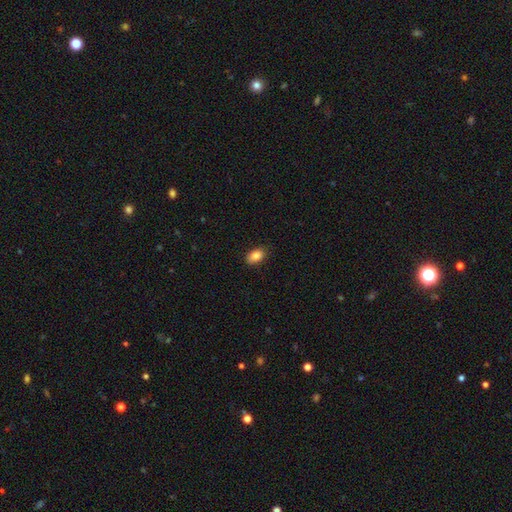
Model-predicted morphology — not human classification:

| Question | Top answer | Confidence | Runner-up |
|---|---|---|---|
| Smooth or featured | smooth | 85% | star or artifact (8%) |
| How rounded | in between | 85% | round (13%) |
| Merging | none | 87% | minor disturbance (10%) |